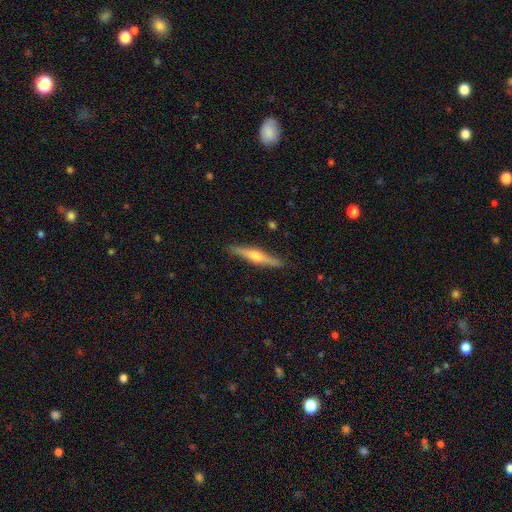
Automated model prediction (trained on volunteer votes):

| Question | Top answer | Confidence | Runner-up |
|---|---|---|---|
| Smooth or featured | featured or disk | 72% | smooth (23%) |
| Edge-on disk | yes | 98% | no (2%) |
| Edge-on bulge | rounded | 90% | boxy (5%) |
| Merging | none | 90% | minor disturbance (7%) |